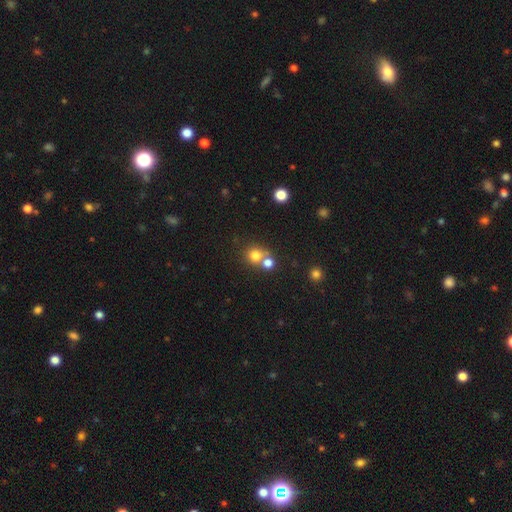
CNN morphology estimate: Overall: smooth (77%). How rounded: round (86%). Merging: none (52%; merger 38%).